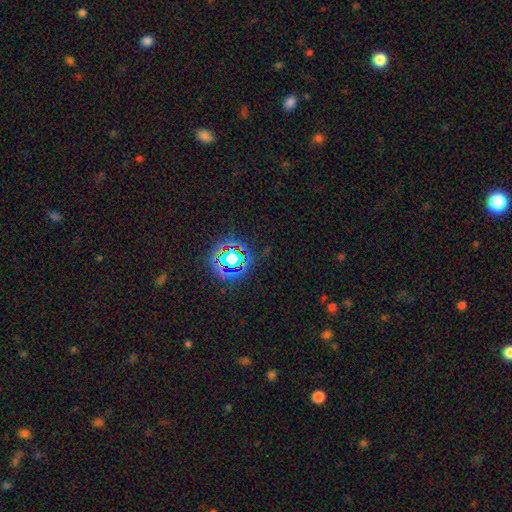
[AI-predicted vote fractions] smooth_or_featured: star or artifact (p=0.77) [alt: smooth p=0.15]